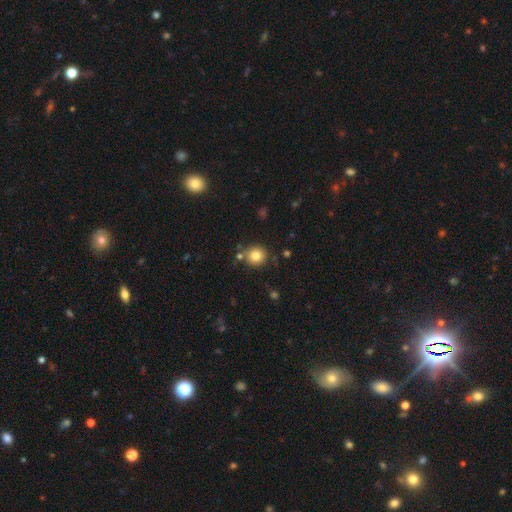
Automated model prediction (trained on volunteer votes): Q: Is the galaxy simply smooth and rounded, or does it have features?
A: smooth — 82%.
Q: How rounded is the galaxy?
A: round — 87%.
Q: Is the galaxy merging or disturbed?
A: none — 79%.